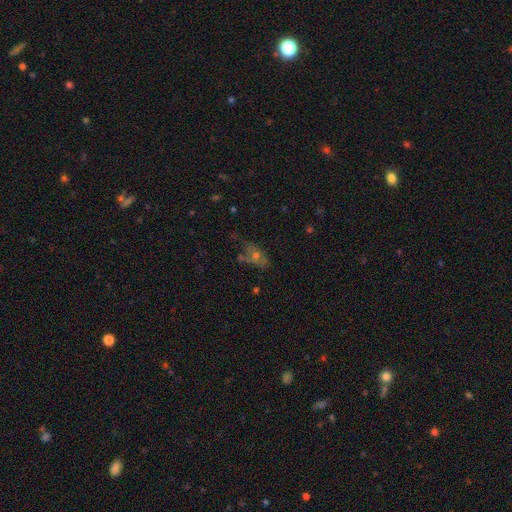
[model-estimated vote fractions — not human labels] This appears to be a featured or disk galaxy (37%, tied with smooth). Merging: none (47%).